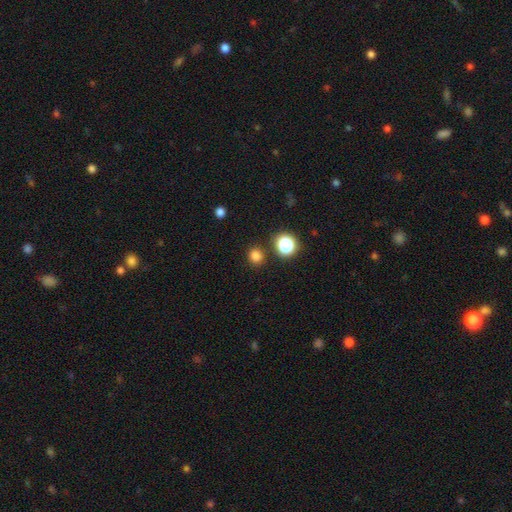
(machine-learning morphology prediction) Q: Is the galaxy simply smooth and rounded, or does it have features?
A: smooth — 79%.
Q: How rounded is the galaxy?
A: round — 81%.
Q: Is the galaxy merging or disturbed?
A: none — 87%.